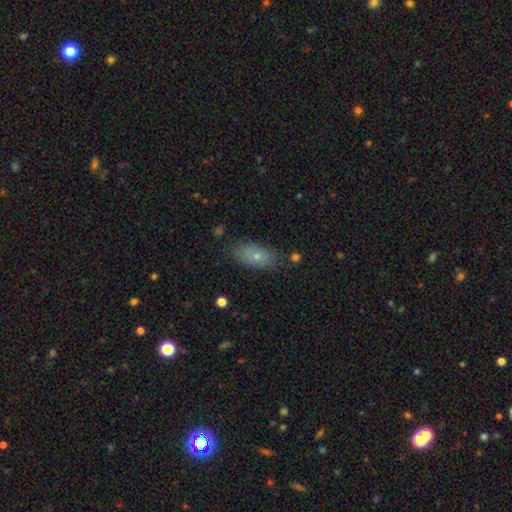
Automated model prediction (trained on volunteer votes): Overall: smooth (72%). How rounded: in between (88%). Merging: none (79%).